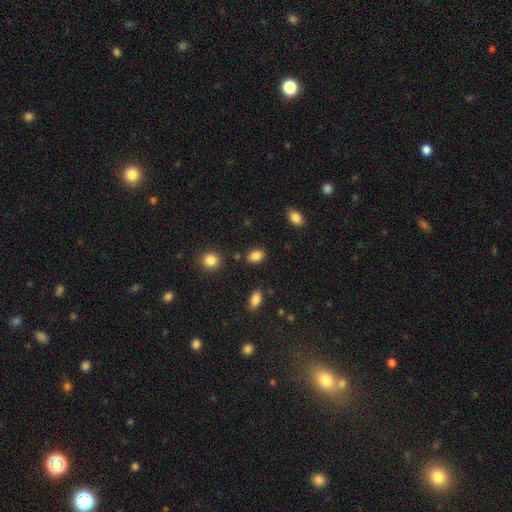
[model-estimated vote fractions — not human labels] Smooth or featured? Predicted: smooth (p=0.86). How rounded? Predicted: in between (p=0.80). Merging? Predicted: none (p=0.83).